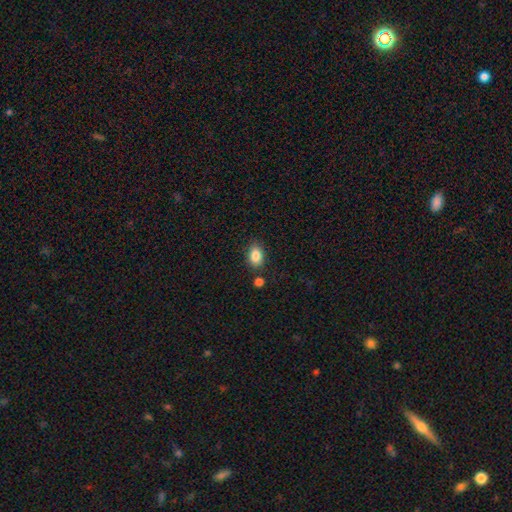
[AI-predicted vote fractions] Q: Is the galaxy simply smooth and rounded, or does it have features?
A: smooth — 85%.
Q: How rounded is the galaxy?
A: in between — 83%.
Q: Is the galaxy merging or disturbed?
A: none — 79%.